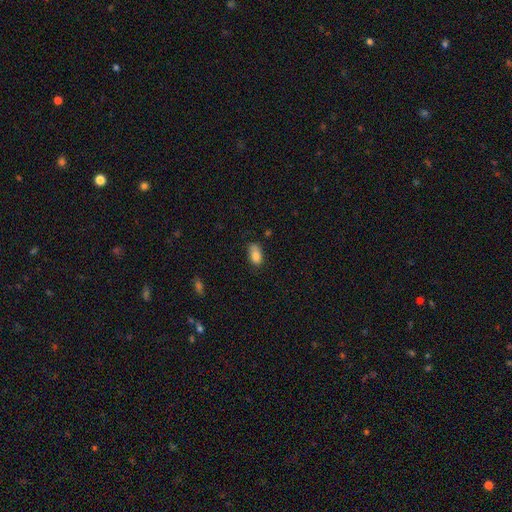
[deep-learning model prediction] A smooth galaxy with no disk features (85%) that is in between round and cigar-shaped (90%).

Vote fractions:
- Smooth or featured? smooth: 85% / star or artifact: 9% / featured or disk: 6%
- How rounded? in between: 90% / round: 5% / cigar-shaped: 4%
- Merging? none: 65% / minor disturbance: 27% / major disturbance: 5% / merger: 2%